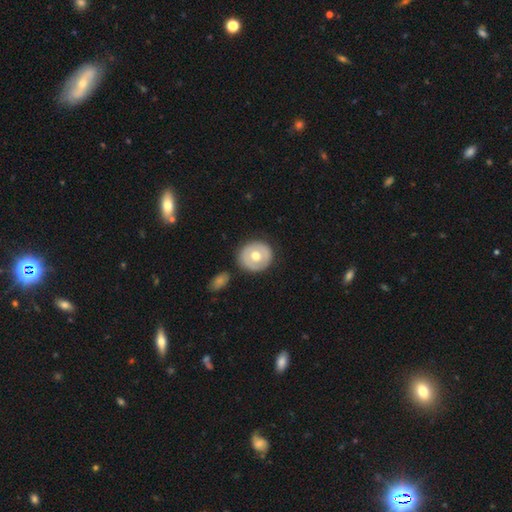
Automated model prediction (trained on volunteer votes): The model was most divided on "smooth or featured": smooth: 53%, featured or disk: 41%, star or artifact: 6%. More confident: how rounded — round (88%); merging — none (84%).